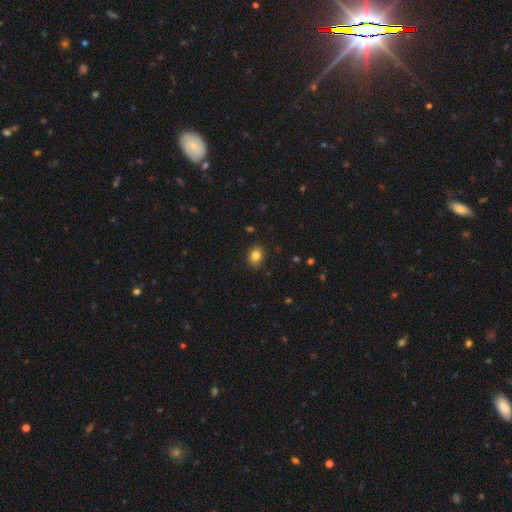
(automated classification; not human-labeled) This appears to be a smooth galaxy with no disk features (83%) that is in between round and cigar-shaped (51%). Merging: none (89%).